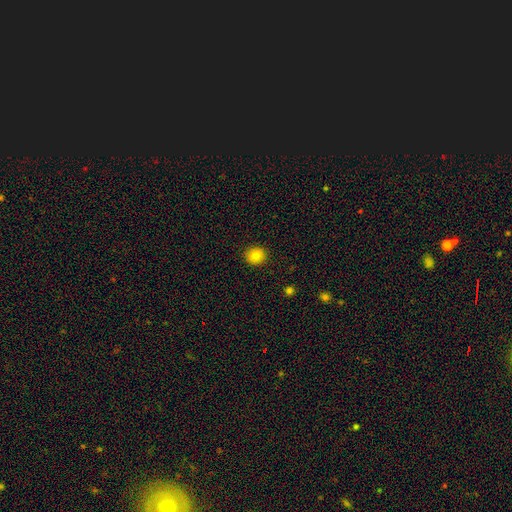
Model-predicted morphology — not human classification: Smooth or featured: smooth — 82% (star or artifact — 11%)
How rounded: round — 88% (in between — 11%)
Merging: none — 92% (minor disturbance — 5%)